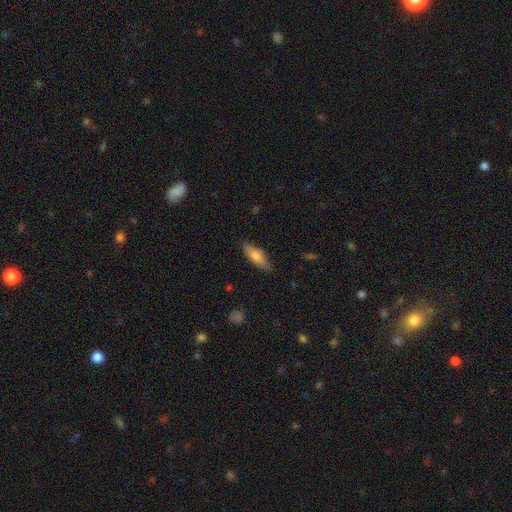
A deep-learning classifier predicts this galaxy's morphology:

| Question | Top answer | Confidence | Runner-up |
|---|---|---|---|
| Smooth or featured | smooth | 69% | featured or disk (24%) |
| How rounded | cigar-shaped | 49% | in between (48%) |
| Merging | none | 84% | minor disturbance (12%) |